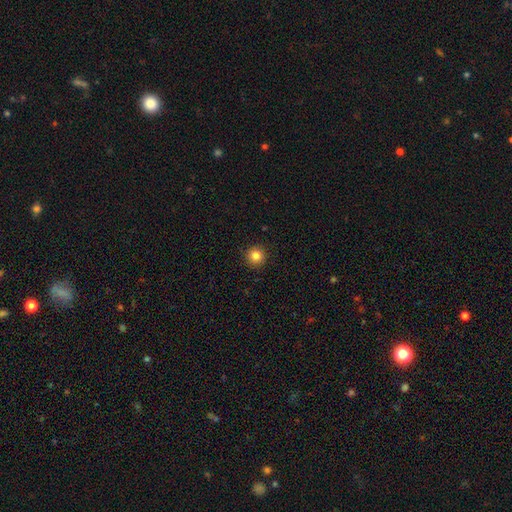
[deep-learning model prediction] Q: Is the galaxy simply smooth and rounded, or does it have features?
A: smooth — 82%.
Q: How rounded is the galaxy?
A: round — 95%.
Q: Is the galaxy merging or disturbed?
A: none — 92%.